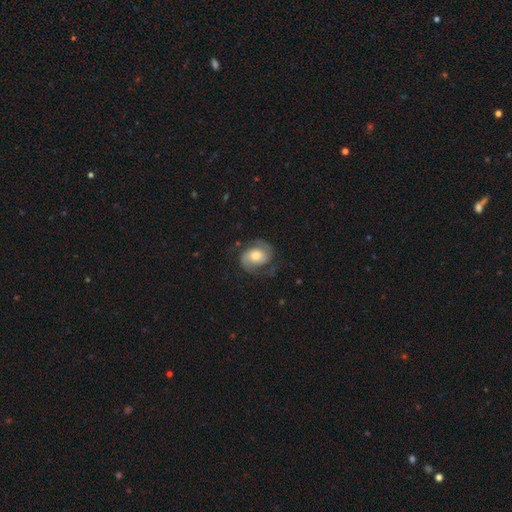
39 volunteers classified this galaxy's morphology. A featured or disk galaxy (82%) with no bar (75%), 2 (91%) medium (44%) spiral arms (100%) and a moderate central bulge (62%).

Vote fractions:
- Smooth or featured? featured or disk: 82% / smooth: 10% / star or artifact: 8%
- Edge-on disk? no: 100% / yes: 0%
- Bar? no: 75% / strong: 12% / weak: 12%
- Spiral arms? yes: 100% / no: 0%
- Spiral winding? medium: 44% / tight: 31% / loose: 25%
- Spiral arm count? 2: 91% / can't tell: 6% / 3: 3% / 1: 0% / 4: 0% / more than 4: 0%
- Bulge size? moderate: 62% / large: 22% / small: 12% / dominant: 3% / none: 0%
- Merging? none: 83% / minor disturbance: 11% / major disturbance: 6% / merger: 0%